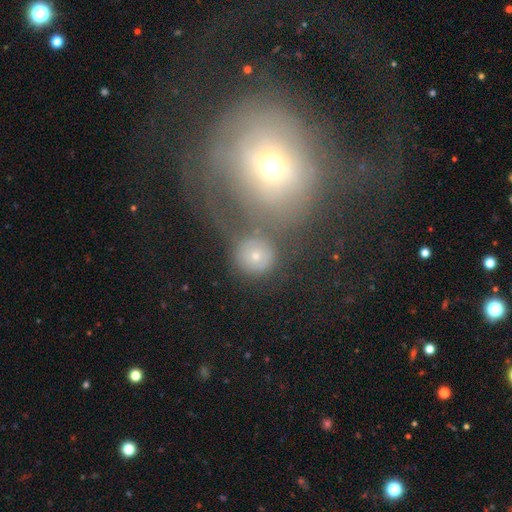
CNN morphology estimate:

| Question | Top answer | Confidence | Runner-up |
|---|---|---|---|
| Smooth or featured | smooth | 63% | featured or disk (23%) |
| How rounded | round | 92% | in between (7%) |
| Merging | none | 72% | minor disturbance (11%) |